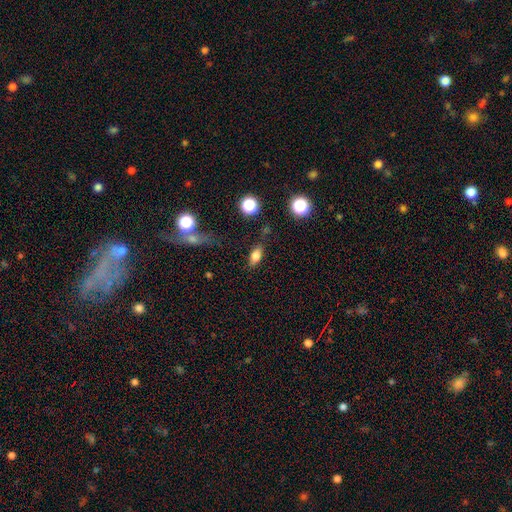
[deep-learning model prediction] This is likely a smooth galaxy (74%). How rounded: likely in between (79%). Merging: likely none (75%).